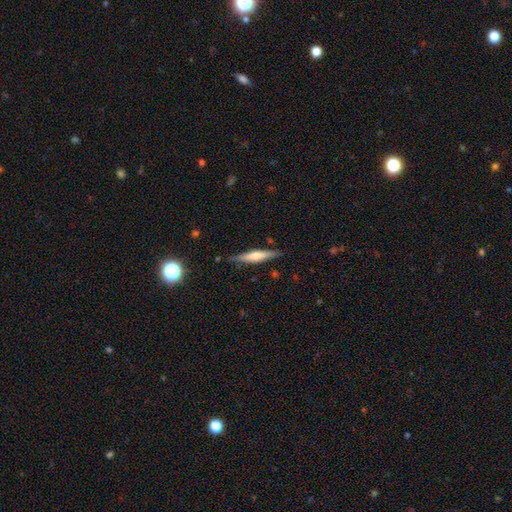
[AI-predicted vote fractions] smooth-or-featured: smooth: 47% (tied) | featured or disk: 47% (tied) | star or artifact: 6%
  merging: none: 85% | minor disturbance: 11% | major disturbance: 2% | merger: 2%